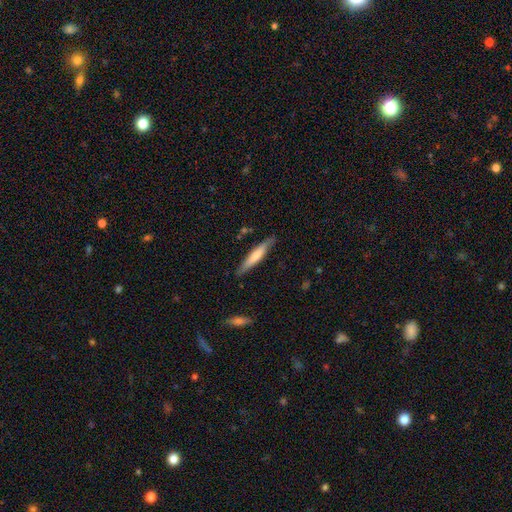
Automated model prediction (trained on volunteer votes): Smooth or featured? smooth (62%)
How rounded? cigar-shaped (91%)
Merging? none (84%)